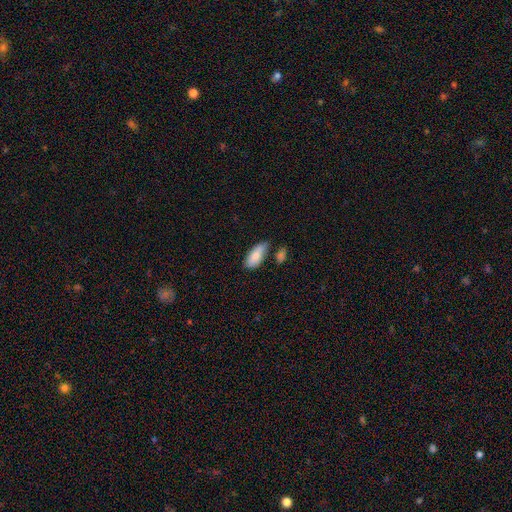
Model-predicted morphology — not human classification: A smooth galaxy with no disk features (81%) that is in between round and cigar-shaped (86%). Merging: none (60%).